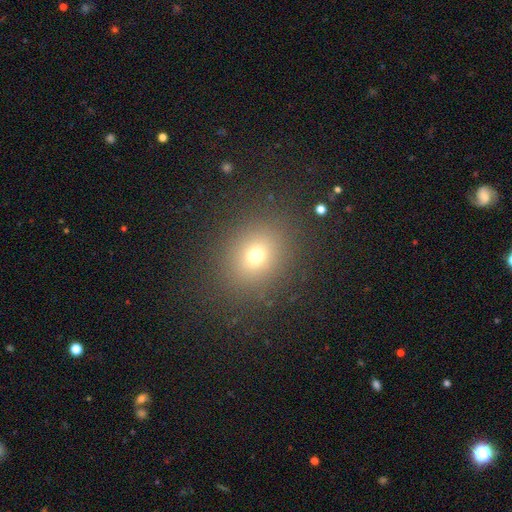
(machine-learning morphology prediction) A smooth galaxy with no disk features (71%) that is round (62%).

Vote fractions:
- Smooth or featured? smooth: 71% / star or artifact: 19% / featured or disk: 10%
- How rounded? round: 62% / in between: 37% / cigar-shaped: 1%
- Merging? none: 86% / minor disturbance: 8% / major disturbance: 4% / merger: 1%